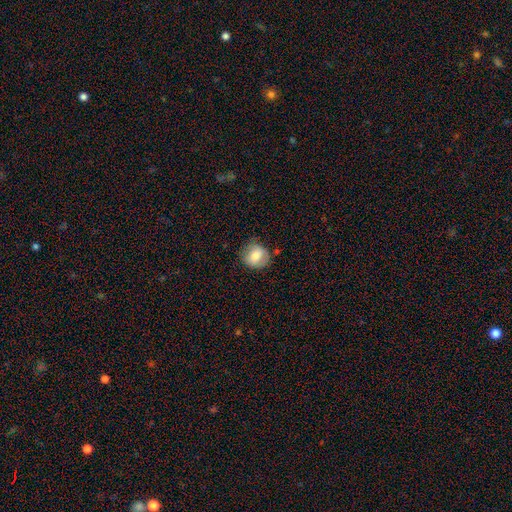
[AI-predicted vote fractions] The model was most divided on "merging": none: 68%, minor disturbance: 23%, major disturbance: 7%, merger: 3%. More confident: how rounded — round (76%); smooth or featured — smooth (72%).